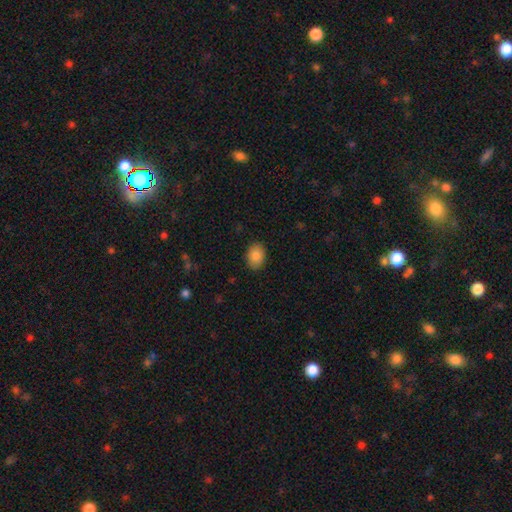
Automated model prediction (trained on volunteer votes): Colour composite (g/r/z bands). It shows a smooth galaxy with no disk features (86%) that is in between round and cigar-shaped (79%). Merging: none (88%).